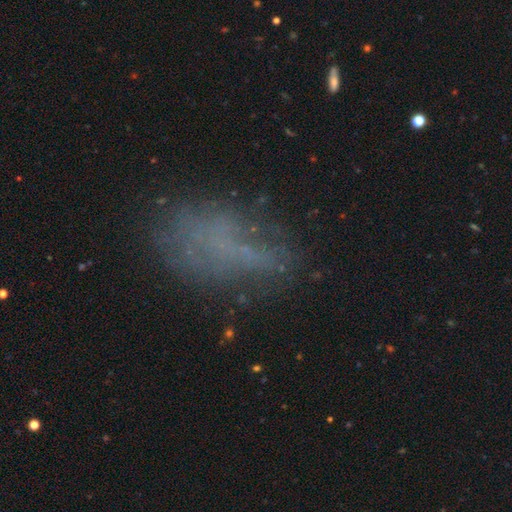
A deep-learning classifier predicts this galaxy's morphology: Smooth or featured? smooth (39%, tied with featured or disk)
Merging? none (53%)